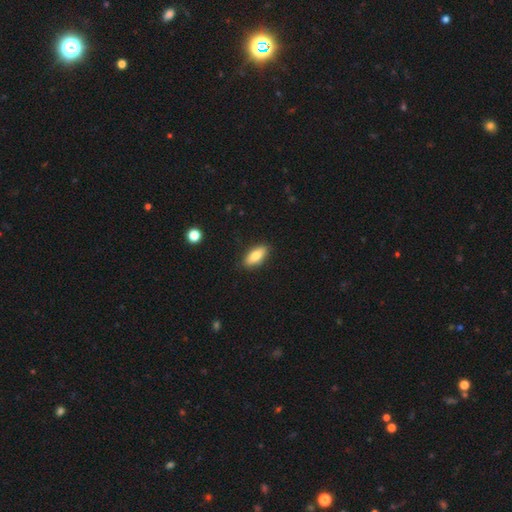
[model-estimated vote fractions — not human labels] Smooth or featured?
  - smooth: 78% *
  - featured or disk: 16%
  - star or artifact: 7%
How rounded?
  - in between: 81% *
  - cigar-shaped: 16%
  - round: 3%
Merging?
  - none: 88% *
  - minor disturbance: 9%
  - major disturbance: 2%
  - merger: 1%